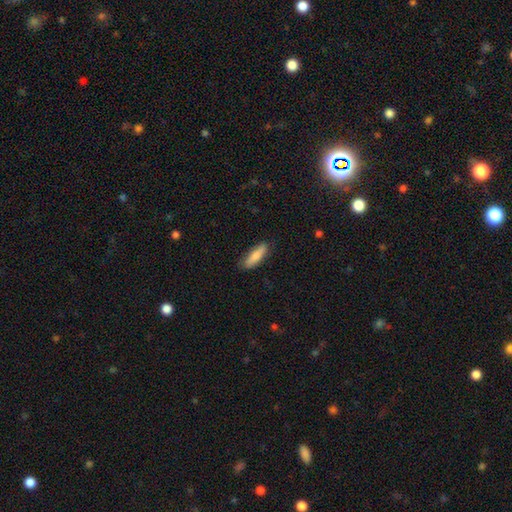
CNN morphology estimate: A smooth galaxy with no disk features (78%) that is cigar-shaped (62%).

Vote fractions:
- Smooth or featured? smooth: 78% / featured or disk: 16% / star or artifact: 6%
- How rounded? cigar-shaped: 62% / in between: 36% / round: 2%
- Merging? none: 83% / minor disturbance: 13% / major disturbance: 2% / merger: 1%